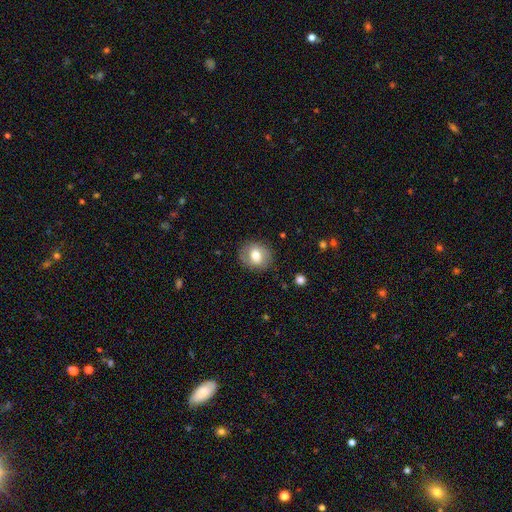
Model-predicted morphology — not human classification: A smooth galaxy with no disk features (63%) that is round (72%).

Vote fractions:
- Smooth or featured? smooth: 63% / featured or disk: 29% / star or artifact: 8%
- How rounded? round: 72% / in between: 27% / cigar-shaped: 1%
- Merging? none: 83% / minor disturbance: 12% / major disturbance: 4% / merger: 1%